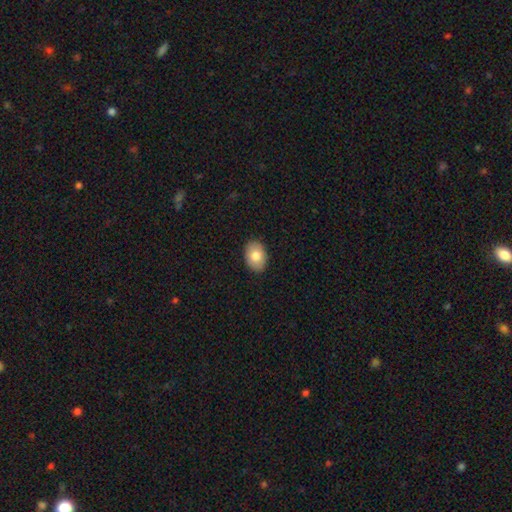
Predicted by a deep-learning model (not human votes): The model was most divided on "how rounded": in between: 81%, round: 18%, cigar-shaped: 1%. More confident: merging — none (90%); smooth or featured — smooth (80%).